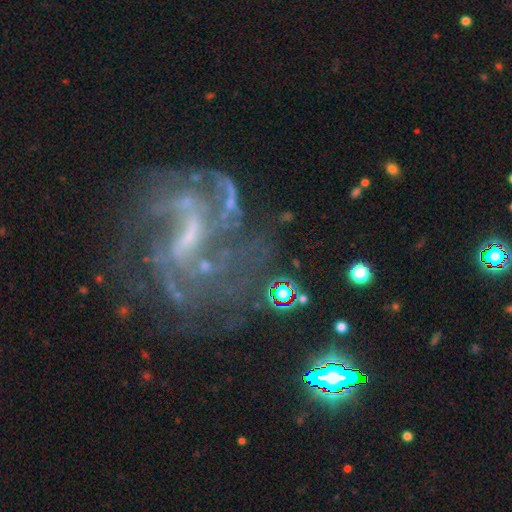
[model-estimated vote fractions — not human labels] Smooth or featured? Predicted: featured or disk (p=0.80). Edge-on disk? Predicted: no (p=0.97). Bar? Predicted: weak (p=0.47). Spiral arms? Predicted: yes (p=0.85). Spiral winding? Predicted: medium (p=0.44). Spiral arm count? Predicted: can't tell (p=0.34). Bulge size? Predicted: small (p=0.40). Merging? Predicted: none (p=0.52).